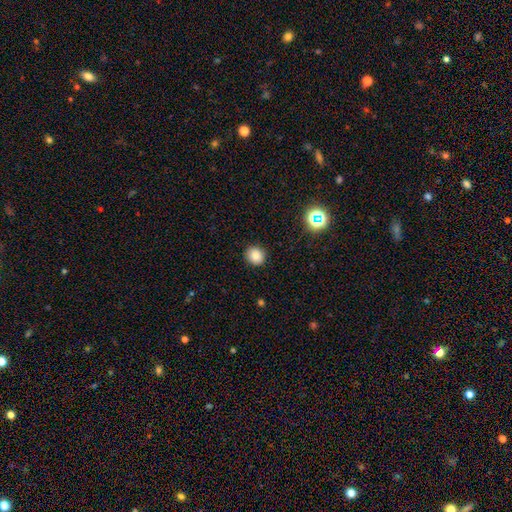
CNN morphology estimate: smooth-or-featured: smooth: 83% | star or artifact: 12% | featured or disk: 5%
  how-rounded: round: 87% | in between: 13% | cigar-shaped: 1%
  merging: none: 90% | minor disturbance: 6% | major disturbance: 2% | merger: 1%